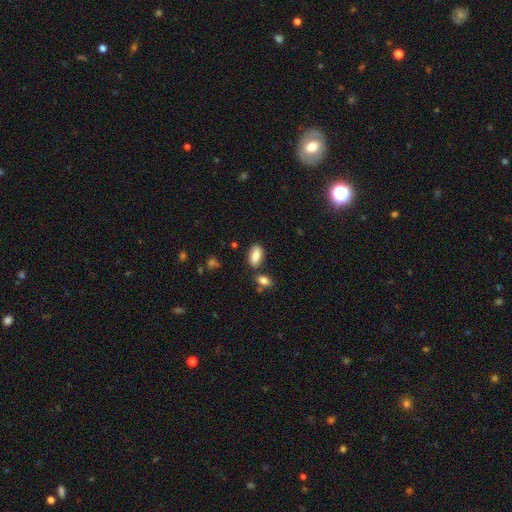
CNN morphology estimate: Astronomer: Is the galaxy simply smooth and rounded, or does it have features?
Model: smooth — 86%.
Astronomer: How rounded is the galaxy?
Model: in between — 91%.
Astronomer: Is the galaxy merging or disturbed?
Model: none — 78%.